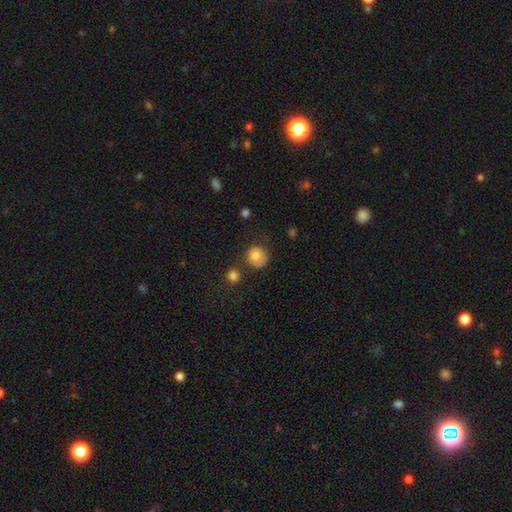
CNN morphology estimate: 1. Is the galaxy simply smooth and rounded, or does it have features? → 83% smooth, 9% star or artifact, 8% featured or disk.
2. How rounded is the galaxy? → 85% round, 14% in between, 1% cigar-shaped.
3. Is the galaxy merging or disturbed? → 62% none, 23% minor disturbance, 10% major disturbance, 6% merger.